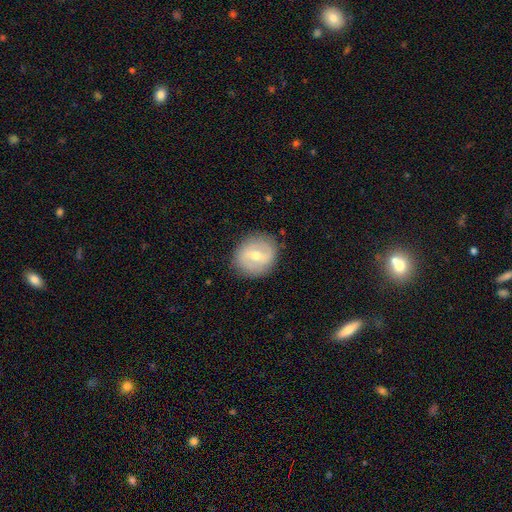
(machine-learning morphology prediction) The model was most divided on "smooth or featured": featured or disk: 53%, smooth: 41%, star or artifact: 7%. More confident: edge-on disk — no (95%); merging — none (84%).